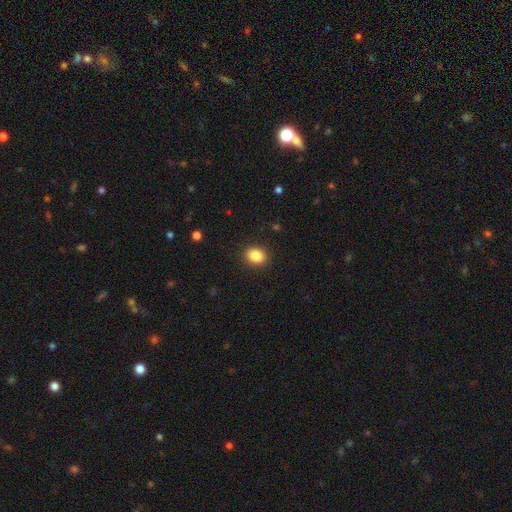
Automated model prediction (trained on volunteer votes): The model was most divided on "how rounded": in between: 57%, round: 42%, cigar-shaped: 1%. More confident: merging — none (89%); smooth or featured — smooth (86%).